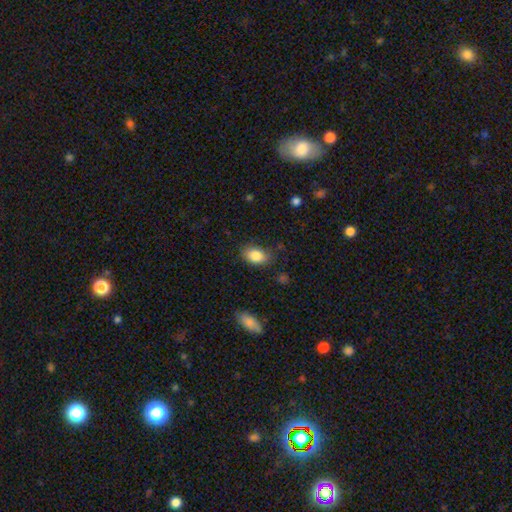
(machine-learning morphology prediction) Smooth or featured?
  - smooth: 86% *
  - star or artifact: 8%
  - featured or disk: 7%
How rounded?
  - in between: 85% *
  - round: 14%
  - cigar-shaped: 1%
Merging?
  - none: 78% *
  - minor disturbance: 17%
  - major disturbance: 4%
  - merger: 2%